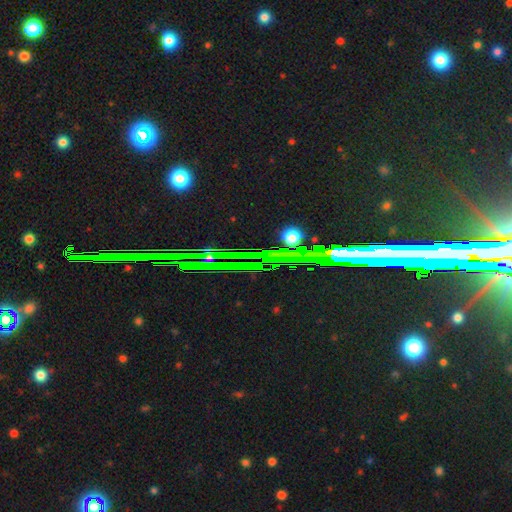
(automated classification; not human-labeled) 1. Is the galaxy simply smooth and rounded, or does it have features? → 82% star or artifact, 10% featured or disk, 8% smooth.